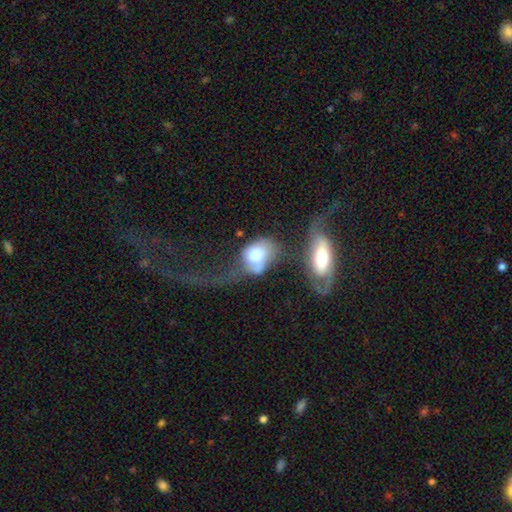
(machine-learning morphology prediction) Smooth or featured?
  - smooth: 63% *
  - featured or disk: 29%
  - star or artifact: 8%
How rounded?
  - in between: 62% *
  - round: 36%
  - cigar-shaped: 2%
Merging?
  - major disturbance: 35% *
  - merger: 32%
  - none: 18%
  - minor disturbance: 15%